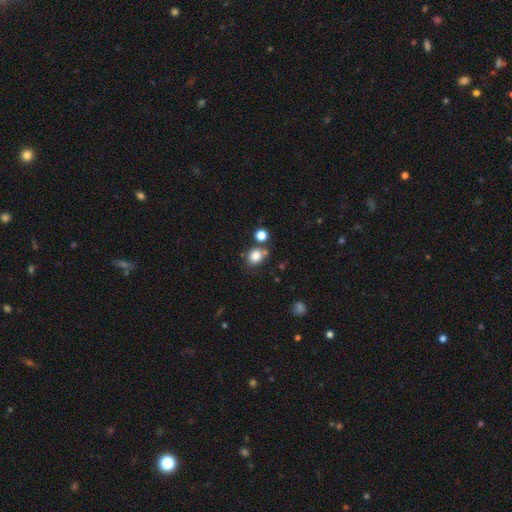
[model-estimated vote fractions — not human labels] A smooth galaxy with no disk features (82%) that is round (62%). Merging: none (61%).